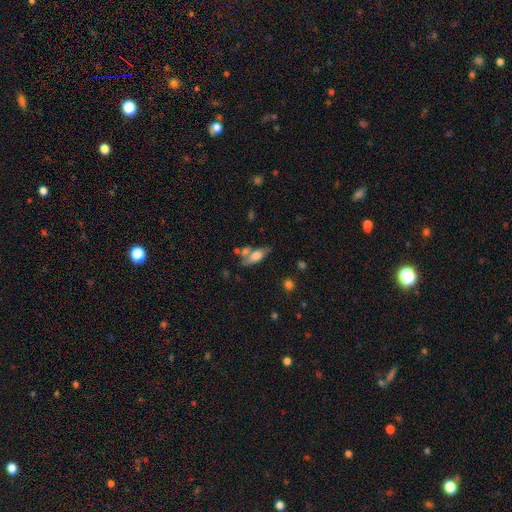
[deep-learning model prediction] Smooth or featured?
  - smooth: 64% *
  - featured or disk: 28%
  - star or artifact: 8%
How rounded?
  - in between: 77% *
  - cigar-shaped: 19%
  - round: 4%
Merging?
  - none: 44% *
  - merger: 26%
  - minor disturbance: 21%
  - major disturbance: 10%